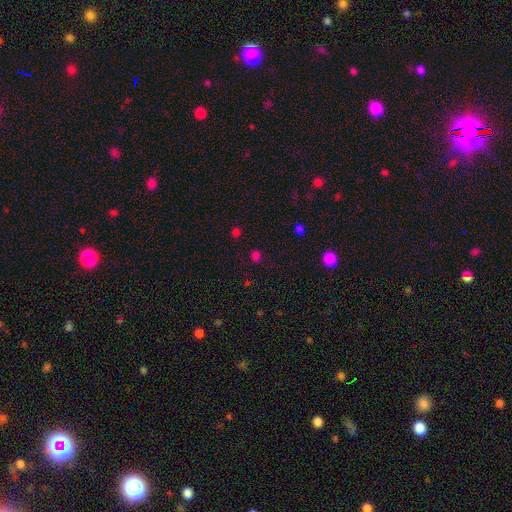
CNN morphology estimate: A smooth galaxy with no disk features (70%) that is round (50%). Merging: none (82%).